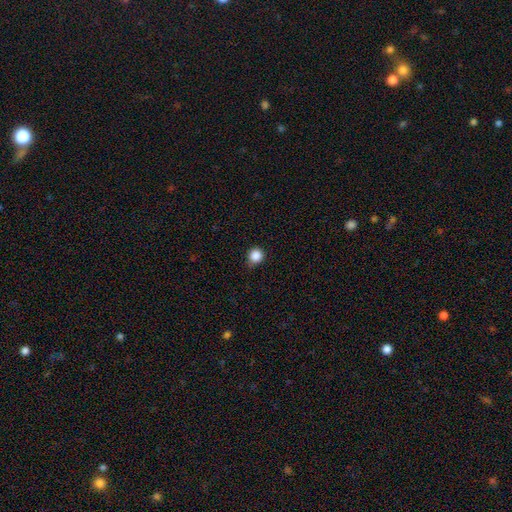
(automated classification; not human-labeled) The model was most divided on "merging": none: 81%, minor disturbance: 16%, major disturbance: 2%, merger: 1%. More confident: how rounded — round (90%); smooth or featured — smooth (87%).